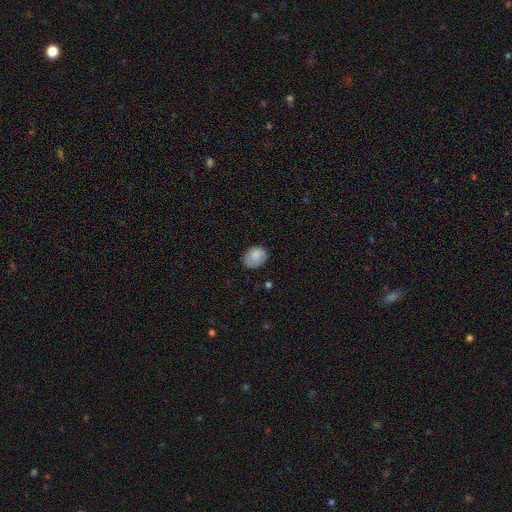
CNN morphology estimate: smooth-or-featured: smooth: 80% | featured or disk: 12% | star or artifact: 8%
  how-rounded: in between: 50% | round: 49% | cigar-shaped: 1%
  merging: none: 70% | minor disturbance: 23% | major disturbance: 6% | merger: 1%